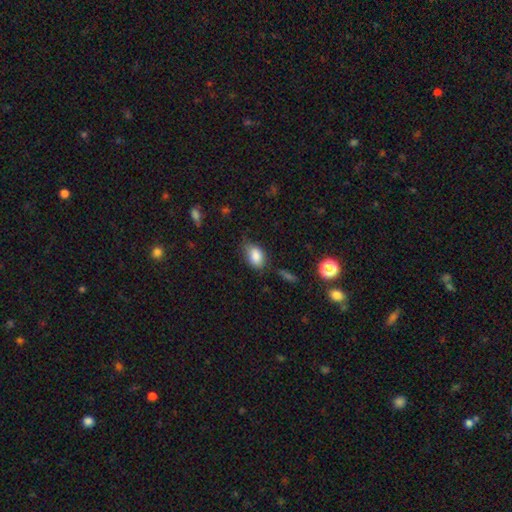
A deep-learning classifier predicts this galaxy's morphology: Q: Smooth or featured?
A: smooth (85%); runner-up: star or artifact (8%)
Q: How rounded?
A: in between (84%); runner-up: round (14%)
Q: Merging?
A: none (57%); runner-up: minor disturbance (32%)